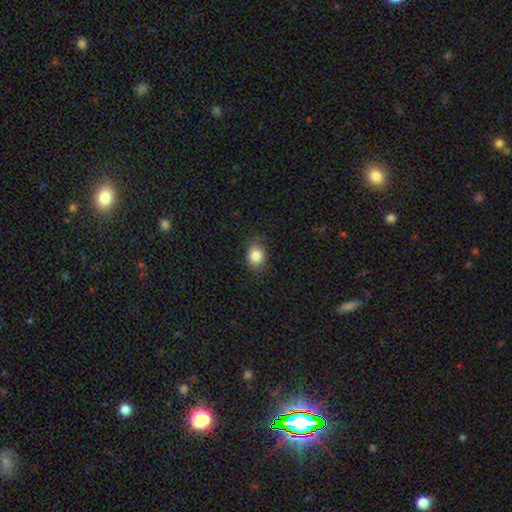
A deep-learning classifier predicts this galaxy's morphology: Smooth or featured?
  - smooth: 85% *
  - star or artifact: 9%
  - featured or disk: 5%
How rounded?
  - round: 50% *
  - in between: 49%
  - cigar-shaped: 1%
Merging?
  - none: 82% *
  - minor disturbance: 14%
  - major disturbance: 3%
  - merger: 1%